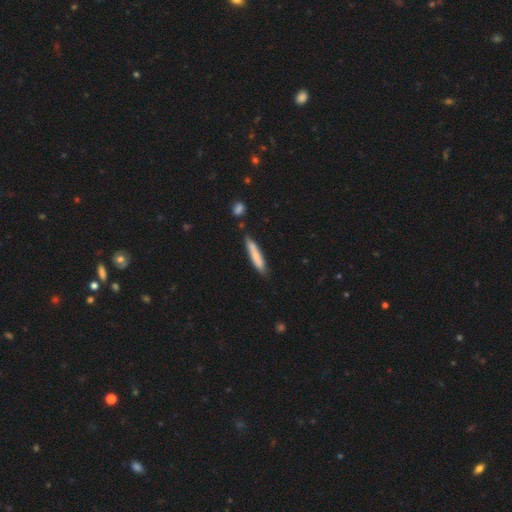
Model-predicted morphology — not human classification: Smooth or featured?
  - smooth: 76% *
  - featured or disk: 18%
  - star or artifact: 6%
How rounded?
  - cigar-shaped: 91% *
  - in between: 8%
  - round: 1%
Merging?
  - none: 74% *
  - minor disturbance: 18%
  - merger: 5%
  - major disturbance: 3%